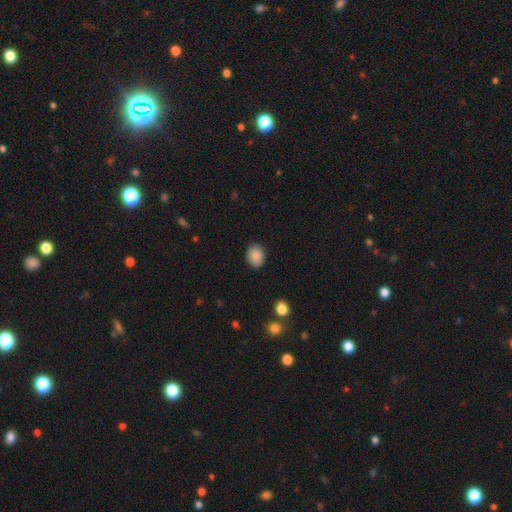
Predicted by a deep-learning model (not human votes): Smooth or featured: smooth — 88% (star or artifact — 8%)
How rounded: in between — 53% (round — 46%)
Merging: none — 86% (minor disturbance — 10%)